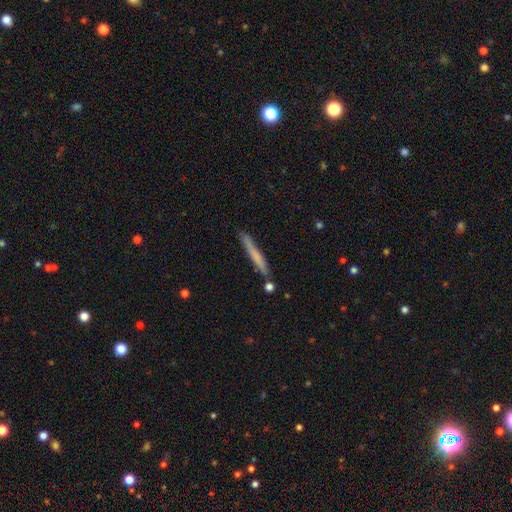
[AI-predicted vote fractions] Smooth or featured? Predicted: smooth (p=0.63). How rounded? Predicted: cigar-shaped (p=0.96). Merging? Predicted: none (p=0.81).